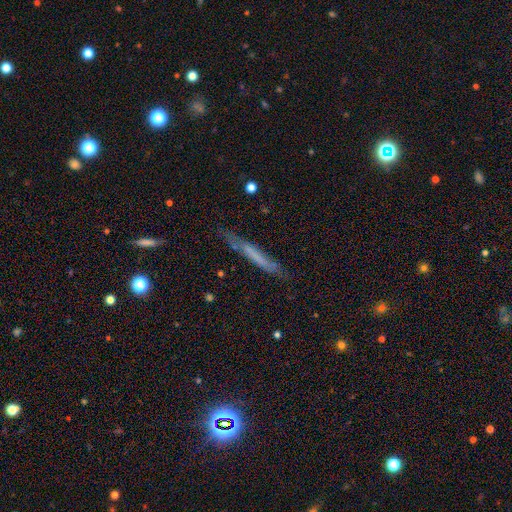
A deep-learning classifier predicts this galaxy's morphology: type=smooth (49%); merging=none (72%).